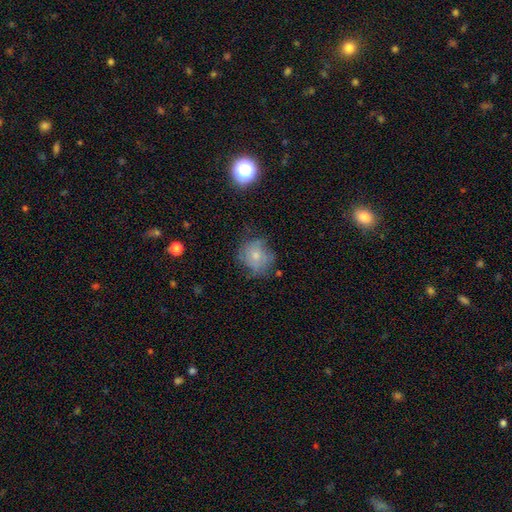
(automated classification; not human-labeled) This appears to be a smooth galaxy with no disk features (57%) that is round (78%). Merging: none (59%).